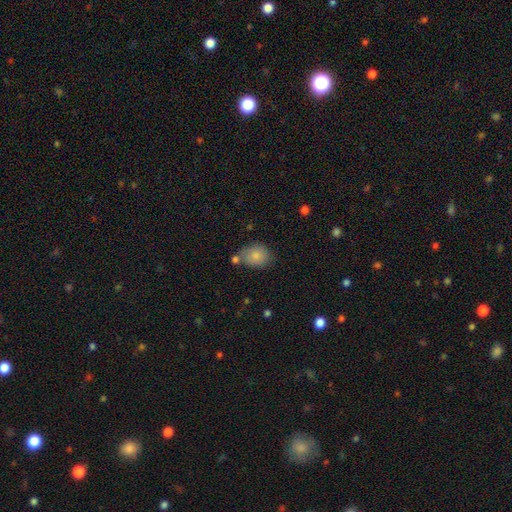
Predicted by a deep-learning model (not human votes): This is clearly a smooth galaxy (82%). How rounded: possibly in between (52%). Merging: possibly none (60%).